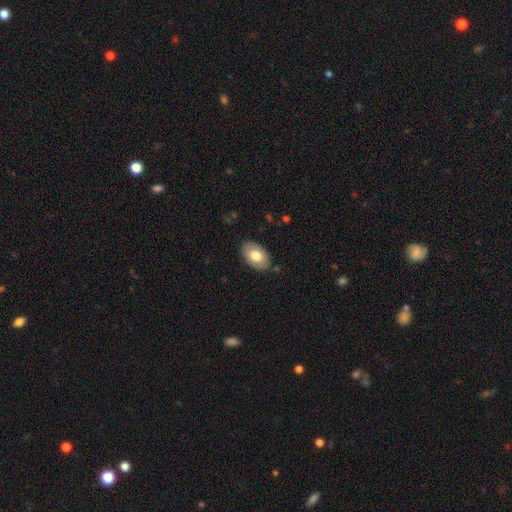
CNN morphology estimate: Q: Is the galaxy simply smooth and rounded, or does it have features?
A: smooth — 74%.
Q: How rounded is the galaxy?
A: in between — 91%.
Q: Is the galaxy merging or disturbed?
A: none — 85%.